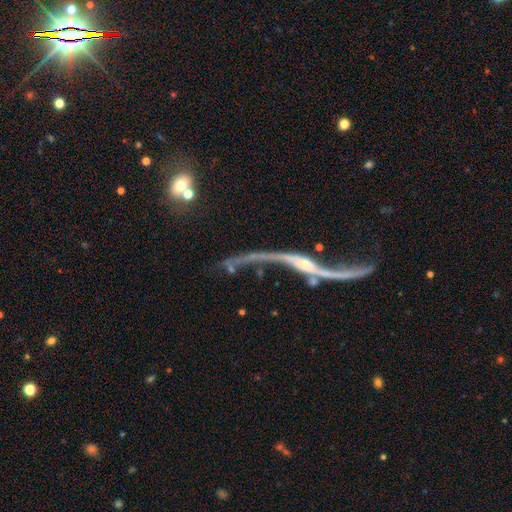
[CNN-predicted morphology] This appears to be a featured or disk galaxy (87%) with no bar (47%), 2 (92%) loose (95%) spiral arms (92%) and a small central bulge (61%). Merging: none (50%).